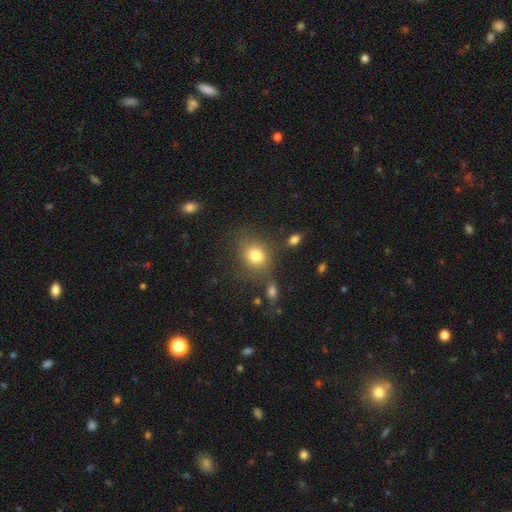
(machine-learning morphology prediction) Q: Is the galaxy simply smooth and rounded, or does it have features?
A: smooth — 79%.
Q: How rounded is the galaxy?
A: round — 61%.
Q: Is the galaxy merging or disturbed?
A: none — 65%.